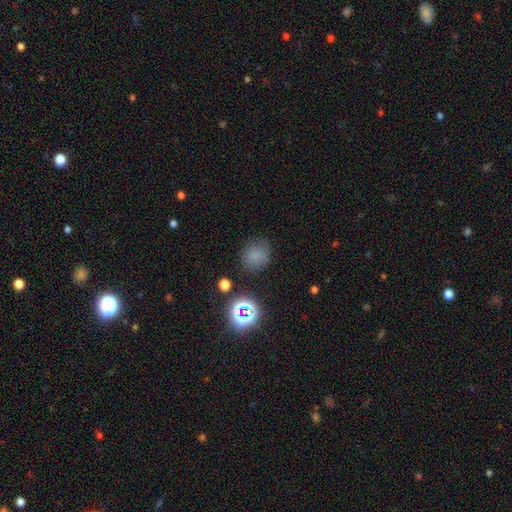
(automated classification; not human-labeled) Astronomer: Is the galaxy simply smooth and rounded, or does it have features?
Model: smooth — 74%.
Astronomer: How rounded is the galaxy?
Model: round — 85%.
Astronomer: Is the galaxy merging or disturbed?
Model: none — 80%.